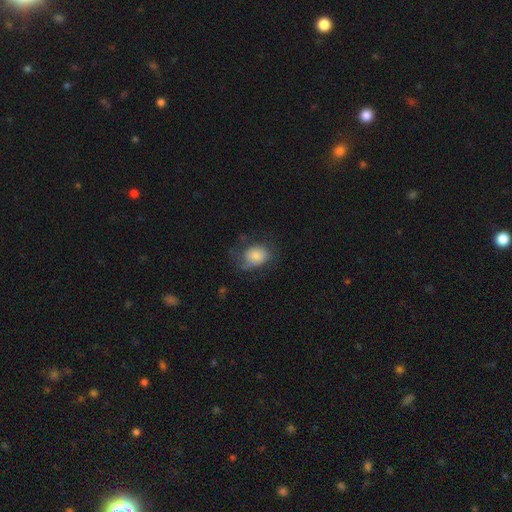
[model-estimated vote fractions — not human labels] smooth 68%, featured or disk 23%, star or artifact 9%. Down the decision tree: how rounded — in between (60%); merging — none (49%).